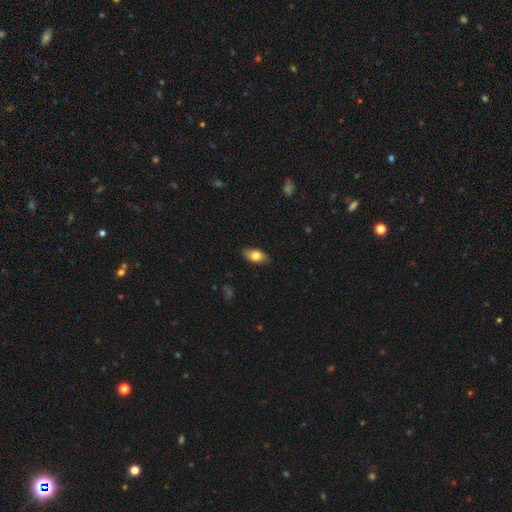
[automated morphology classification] Overall: smooth (77%). How rounded: in between (89%). Merging: none (85%).